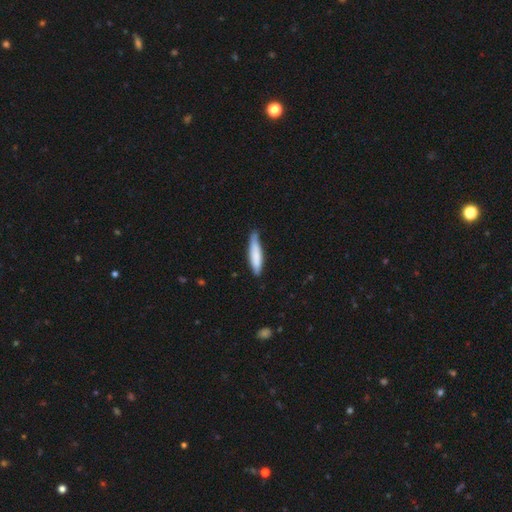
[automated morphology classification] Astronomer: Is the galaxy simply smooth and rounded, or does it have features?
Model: smooth — 78%.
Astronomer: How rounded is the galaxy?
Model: cigar-shaped — 82%.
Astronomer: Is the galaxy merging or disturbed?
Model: none — 71%.